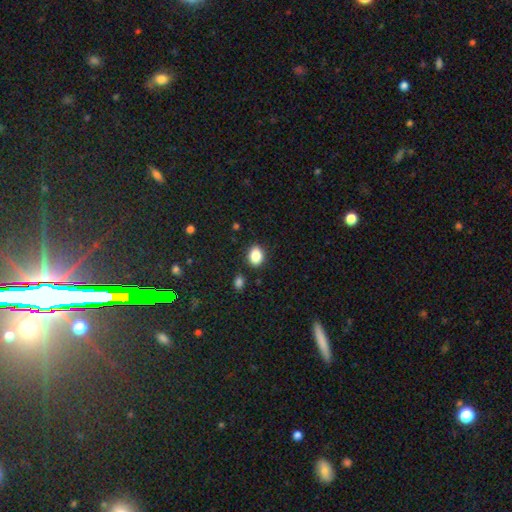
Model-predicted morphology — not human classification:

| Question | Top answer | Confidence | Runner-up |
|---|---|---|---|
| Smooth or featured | smooth | 86% | star or artifact (9%) |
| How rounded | in between | 59% | round (39%) |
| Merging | none | 86% | minor disturbance (9%) |